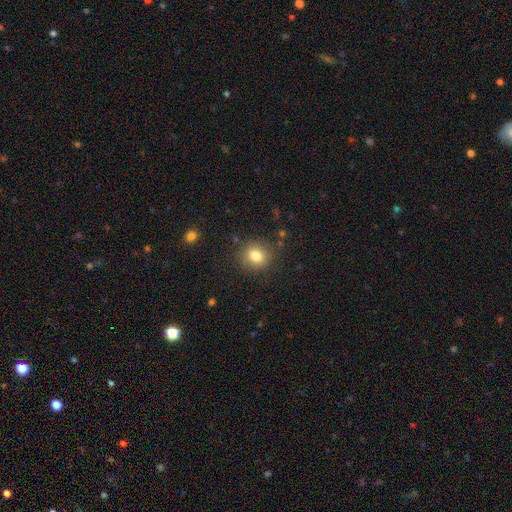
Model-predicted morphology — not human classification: Q: Smooth or featured?
A: smooth (80%); runner-up: star or artifact (12%)
Q: How rounded?
A: round (79%); runner-up: in between (20%)
Q: Merging?
A: none (86%); runner-up: minor disturbance (9%)